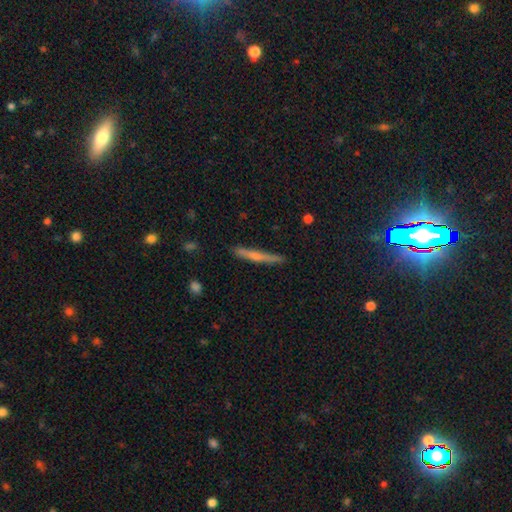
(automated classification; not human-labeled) Smooth or featured: featured or disk — 48% (smooth — 46%)
Merging: none — 86% (minor disturbance — 11%)